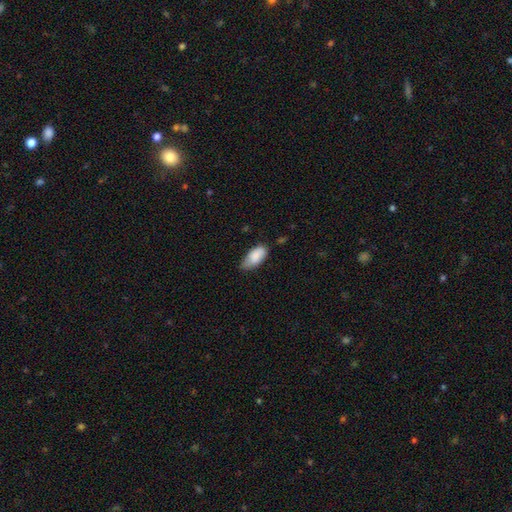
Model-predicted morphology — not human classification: Q: Smooth or featured?
A: smooth (86%); runner-up: featured or disk (8%)
Q: How rounded?
A: in between (92%); runner-up: cigar-shaped (5%)
Q: Merging?
A: none (54%); runner-up: minor disturbance (38%)